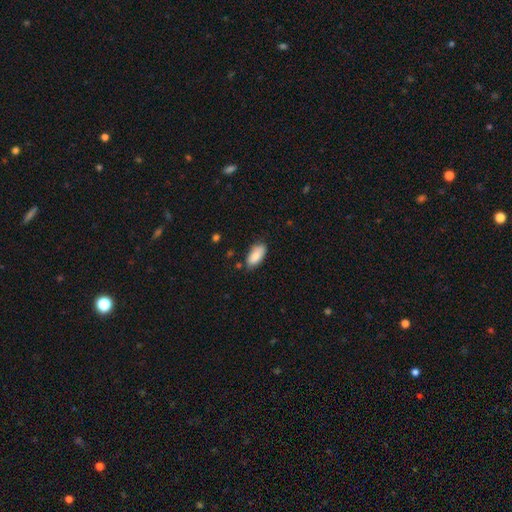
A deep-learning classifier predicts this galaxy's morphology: Smooth or featured? smooth (86%)
How rounded? in between (91%)
Merging? none (71%)